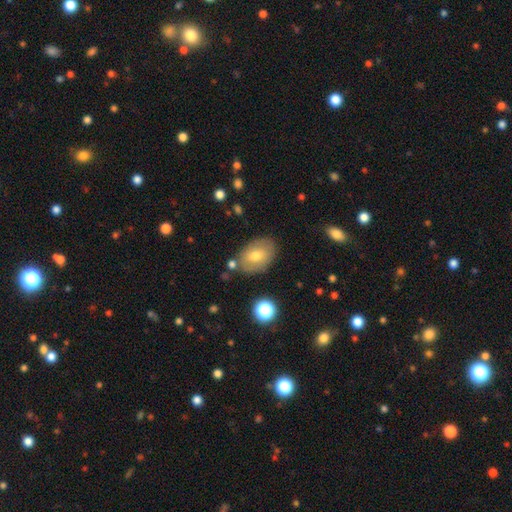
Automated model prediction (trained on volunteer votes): Smooth or featured?
  - smooth: 67% *
  - featured or disk: 24%
  - star or artifact: 9%
How rounded?
  - in between: 79% *
  - round: 20%
  - cigar-shaped: 1%
Merging?
  - none: 77% *
  - minor disturbance: 14%
  - merger: 5%
  - major disturbance: 4%